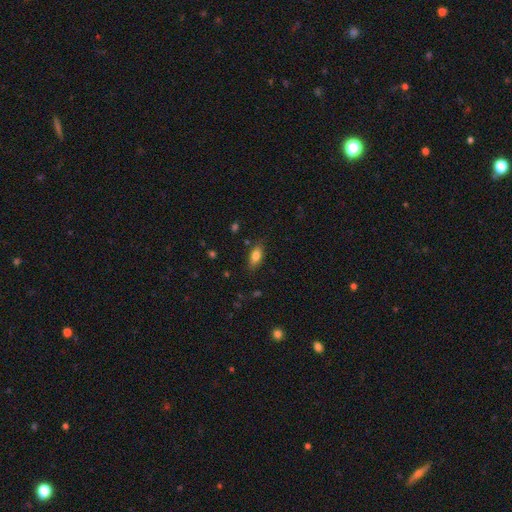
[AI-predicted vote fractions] A smooth galaxy with no disk features (78%) that is in between round and cigar-shaped (82%).

Vote fractions:
- Smooth or featured? smooth: 78% / featured or disk: 14% / star or artifact: 8%
- How rounded? in between: 82% / cigar-shaped: 14% / round: 5%
- Merging? none: 81% / minor disturbance: 14% / major disturbance: 3% / merger: 2%